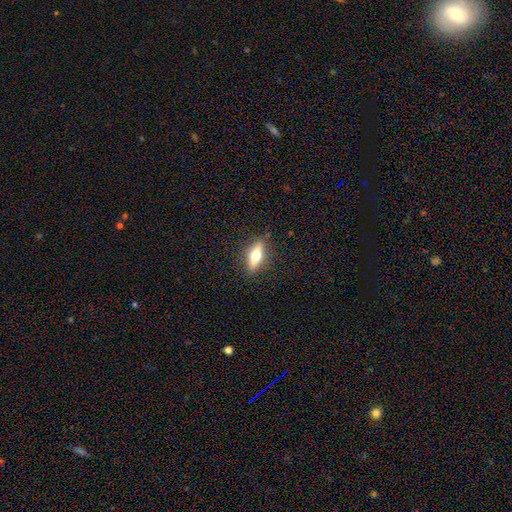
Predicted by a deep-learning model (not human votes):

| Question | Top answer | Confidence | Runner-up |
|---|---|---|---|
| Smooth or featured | smooth | 49% | featured or disk (44%) |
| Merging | none | 86% | minor disturbance (10%) |